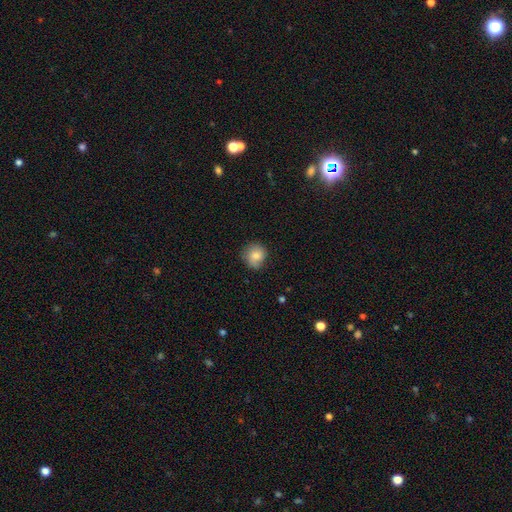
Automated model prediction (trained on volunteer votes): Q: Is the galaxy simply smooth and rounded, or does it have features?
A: smooth — 77%.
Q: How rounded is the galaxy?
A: round — 83%.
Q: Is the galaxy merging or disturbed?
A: none — 72%.